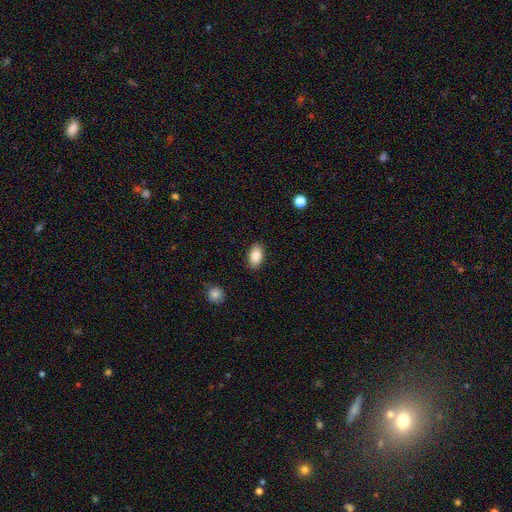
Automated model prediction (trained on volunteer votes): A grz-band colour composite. It shows a smooth galaxy with no disk features (86%) that is in between round and cigar-shaped (91%). Merging: none (87%).